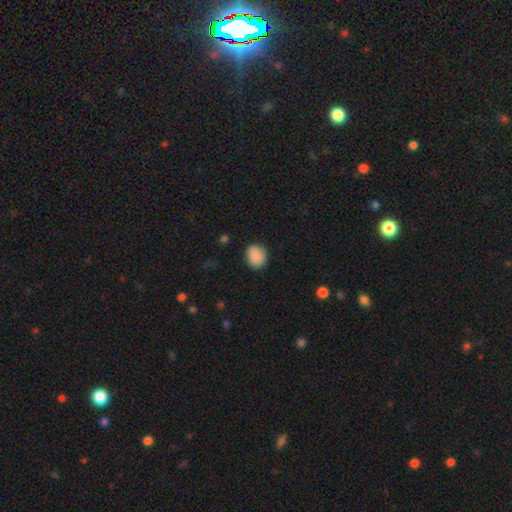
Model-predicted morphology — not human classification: A smooth galaxy with no disk features (88%) that is round (58%).

Vote fractions:
- Smooth or featured? smooth: 88% / star or artifact: 8% / featured or disk: 4%
- How rounded? round: 58% / in between: 41% / cigar-shaped: 1%
- Merging? none: 82% / minor disturbance: 14% / major disturbance: 3% / merger: 1%